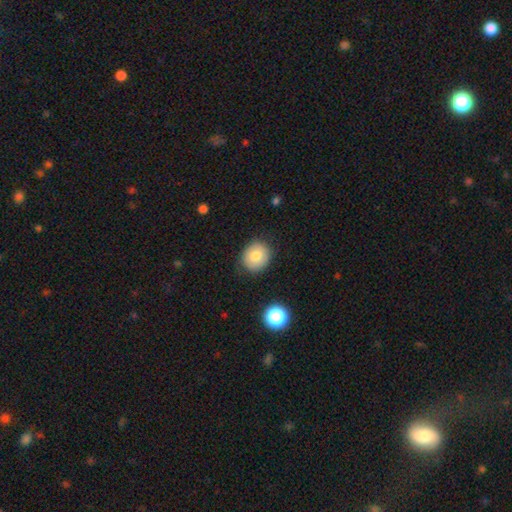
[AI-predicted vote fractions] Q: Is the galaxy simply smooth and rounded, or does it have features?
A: smooth — 76%.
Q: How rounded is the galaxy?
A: round — 73%.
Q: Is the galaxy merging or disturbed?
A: none — 84%.